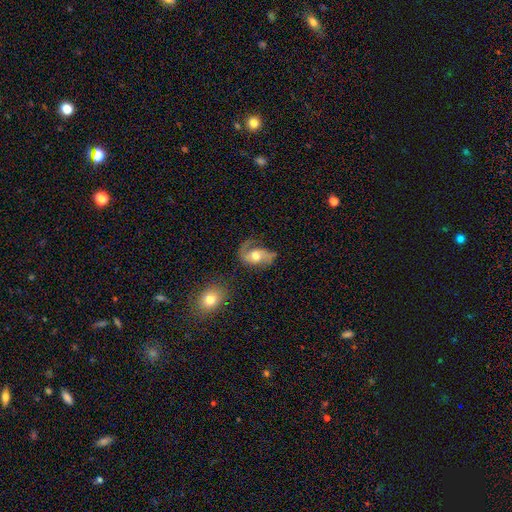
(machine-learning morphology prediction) Smooth or featured? Predicted: featured or disk (p=0.69). Edge-on disk? Predicted: no (p=0.96). Bar? Predicted: no (p=0.57). Spiral arms? Predicted: yes (p=0.87). Spiral winding? Predicted: loose (p=0.48). Spiral arm count? Predicted: 2 (p=0.72). Bulge size? Predicted: moderate (p=0.70). Merging? Predicted: none (p=0.47).